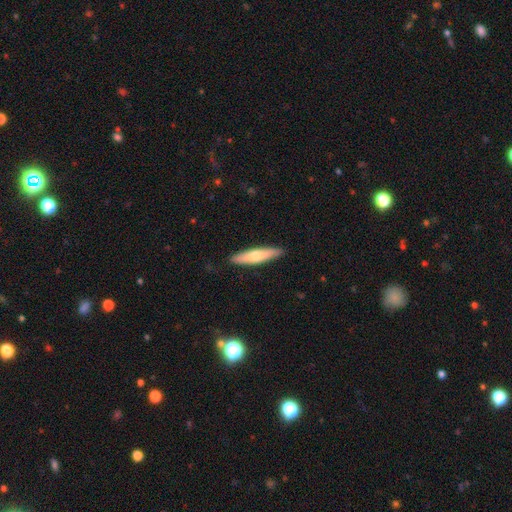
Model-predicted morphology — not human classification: smooth 61%, featured or disk 33%, star or artifact 5%. Down the decision tree: how rounded — cigar-shaped (80%); merging — none (89%).